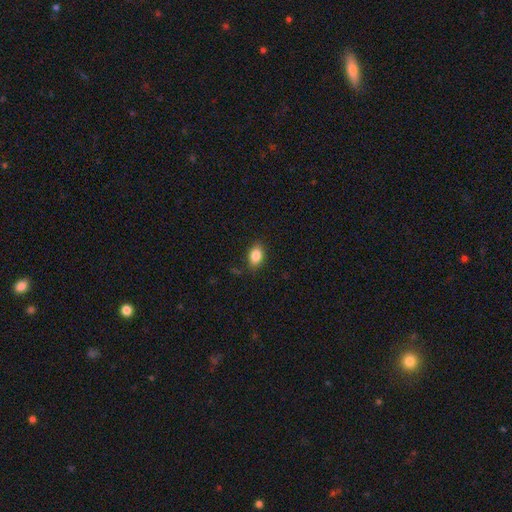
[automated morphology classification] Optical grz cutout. It shows a smooth galaxy with no disk features (85%) that is in between round and cigar-shaped (83%). Merging: none (83%).